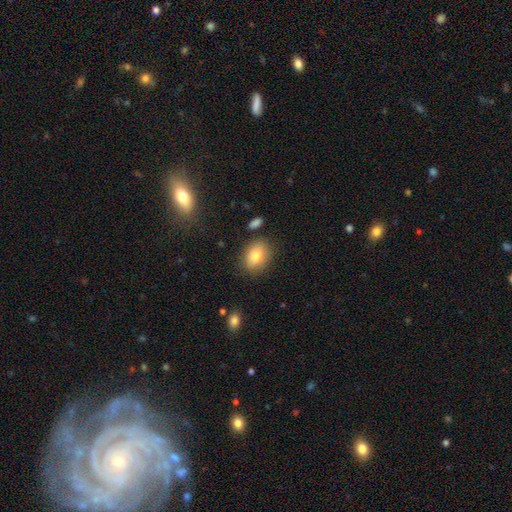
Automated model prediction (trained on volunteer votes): This is likely a smooth galaxy (79%). How rounded: likely in between (73%). Merging: clearly none (81%).